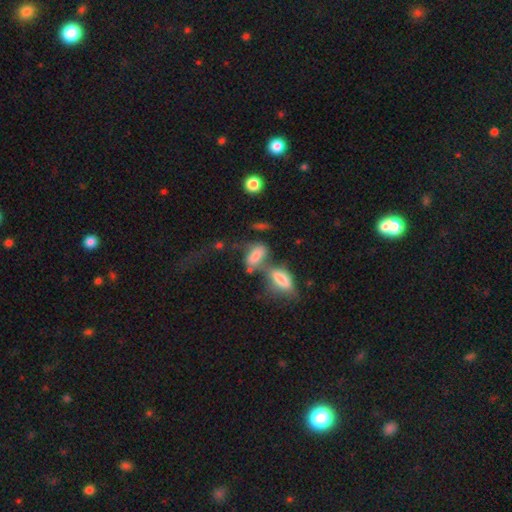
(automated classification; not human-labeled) The model was most divided on "merging": merger: 56%, none: 21%, major disturbance: 12%, minor disturbance: 11%. More confident: how rounded — in between (83%); smooth or featured — smooth (70%).